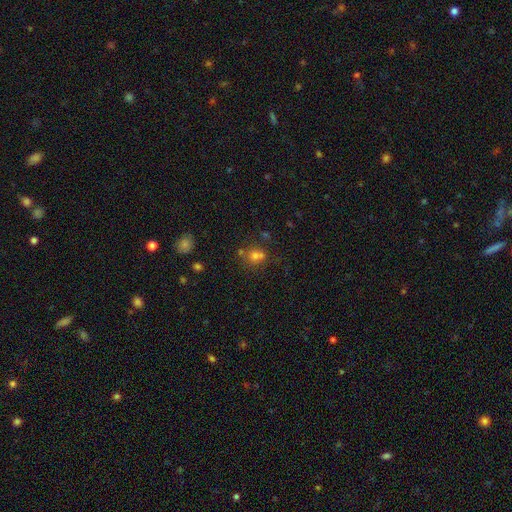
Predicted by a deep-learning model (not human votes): smooth-or-featured: smooth: 67% | star or artifact: 20% | featured or disk: 14%
  how-rounded: round: 72% | in between: 27% | cigar-shaped: 1%
  merging: none: 49% | merger: 33% | minor disturbance: 12% | major disturbance: 6%